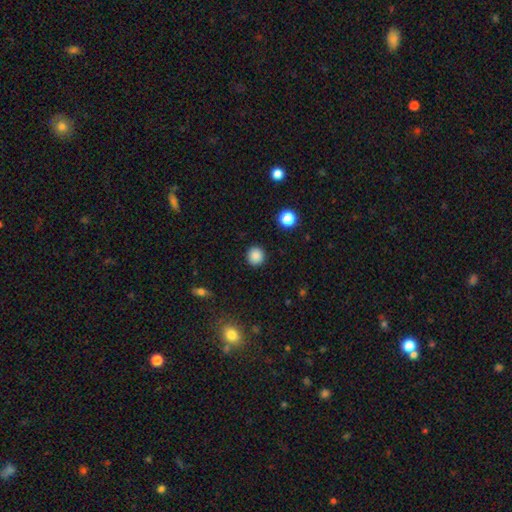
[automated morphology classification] smooth-or-featured: smooth: 86% | star or artifact: 10% | featured or disk: 3%
  how-rounded: round: 93% | in between: 6% | cigar-shaped: 1%
  merging: none: 91% | minor disturbance: 6% | major disturbance: 2% | merger: 1%